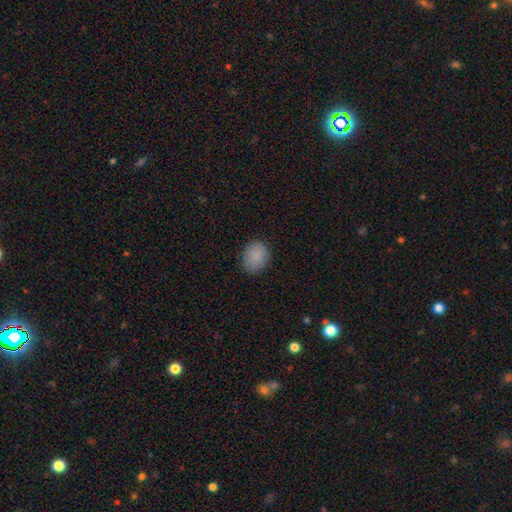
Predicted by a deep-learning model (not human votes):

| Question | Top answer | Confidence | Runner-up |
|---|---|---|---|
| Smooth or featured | smooth | 88% | star or artifact (8%) |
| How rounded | in between | 51% | round (48%) |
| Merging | none | 83% | minor disturbance (13%) |